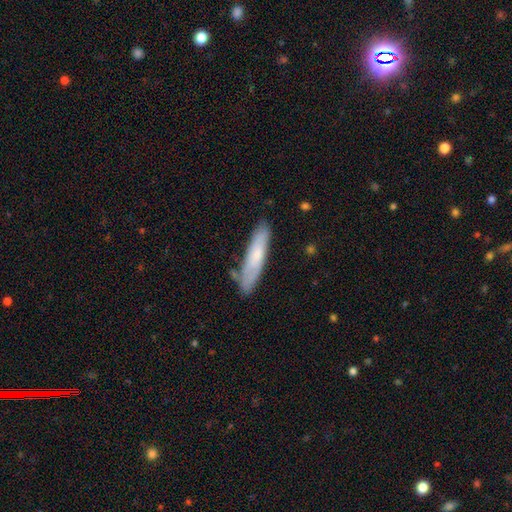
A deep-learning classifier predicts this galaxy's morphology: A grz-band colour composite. It shows a smooth galaxy with no disk features (62%) that is cigar-shaped (82%). Merging: none (71%).